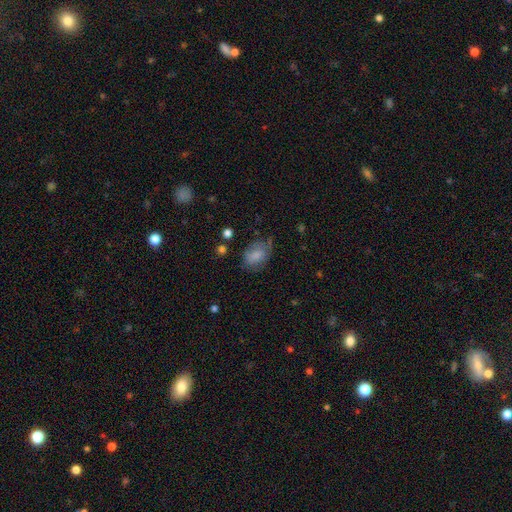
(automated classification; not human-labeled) This appears to be a smooth galaxy with no disk features (80%) that is in between round and cigar-shaped (81%). Merging: none (57%).